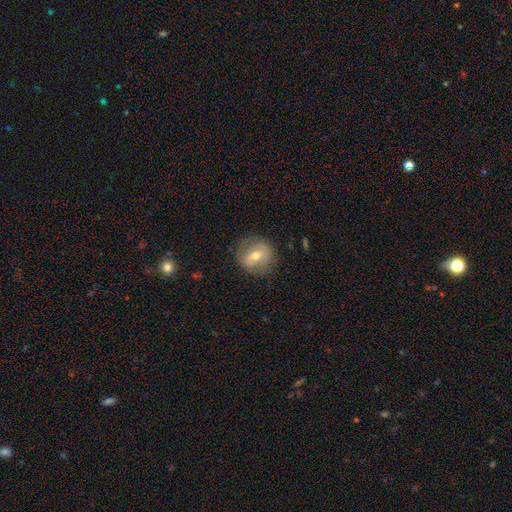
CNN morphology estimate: Smooth or featured?
  - smooth: 47% *
  - featured or disk: 45%
  - star or artifact: 8%
Merging?
  - none: 76% *
  - minor disturbance: 17%
  - major disturbance: 7%
  - merger: 1%